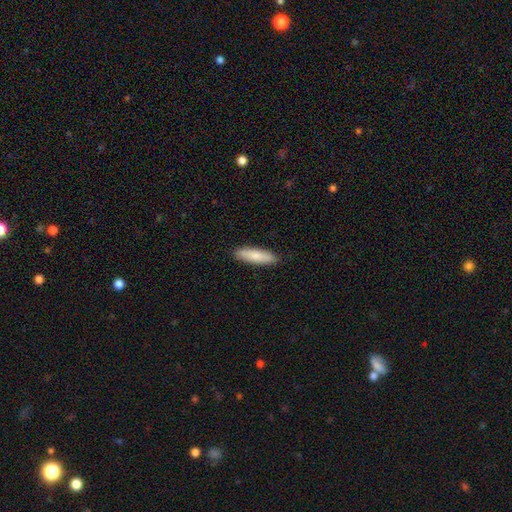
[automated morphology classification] Smooth or featured? Predicted: smooth (p=0.77). How rounded? Predicted: cigar-shaped (p=0.63). Merging? Predicted: none (p=0.89).